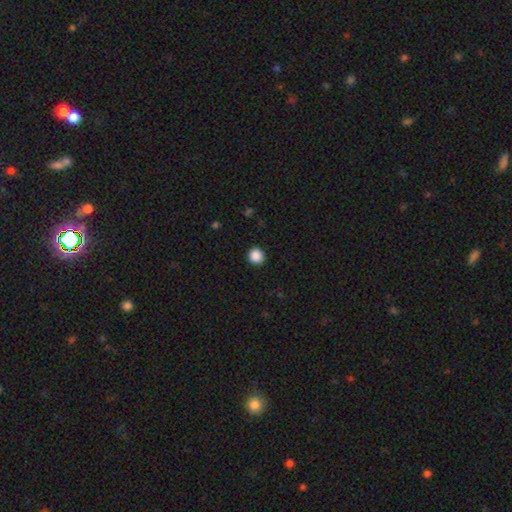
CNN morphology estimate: Smooth or featured?
  - smooth: 88% *
  - star or artifact: 10%
  - featured or disk: 2%
How rounded?
  - round: 91% *
  - in between: 8%
  - cigar-shaped: 1%
Merging?
  - none: 91% *
  - minor disturbance: 6%
  - major disturbance: 2%
  - merger: 1%